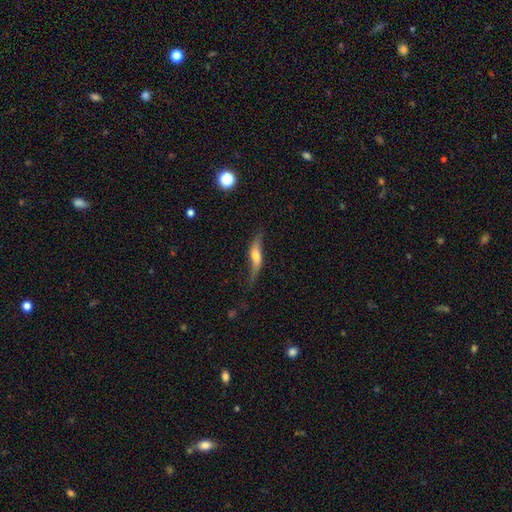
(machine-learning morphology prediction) Smooth or featured: featured or disk — 60% (smooth — 33%)
Edge-on disk: yes — 55% (no — 45%)
Merging: none — 59% (minor disturbance — 26%)